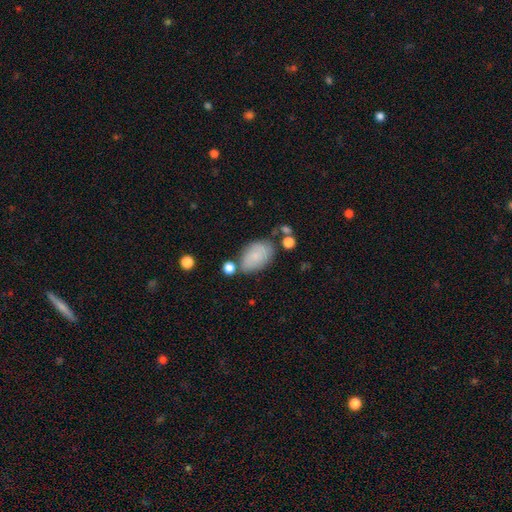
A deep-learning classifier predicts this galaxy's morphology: This appears to be a smooth galaxy with no disk features (80%) that is in between round and cigar-shaped (92%). Merging: none (65%).